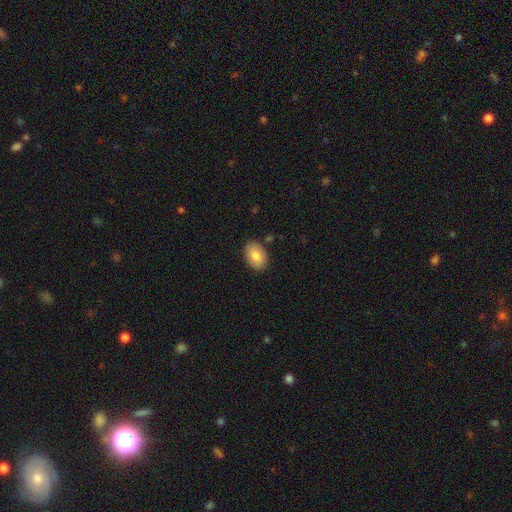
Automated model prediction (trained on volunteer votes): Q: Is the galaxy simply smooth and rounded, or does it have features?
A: smooth — 83%.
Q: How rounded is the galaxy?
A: in between — 86%.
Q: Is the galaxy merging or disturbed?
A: none — 86%.